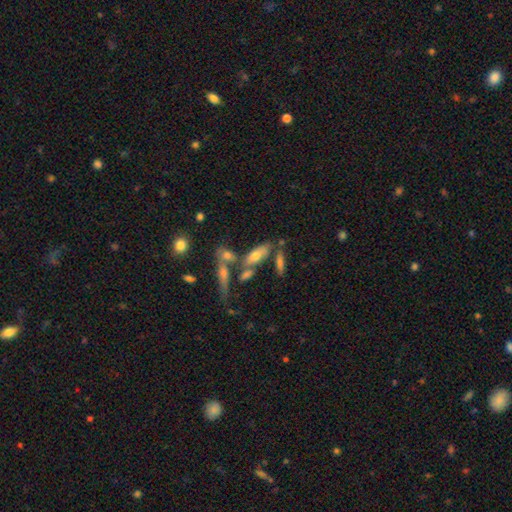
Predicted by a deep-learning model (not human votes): A smooth galaxy with no disk features (56%) that is in between round and cigar-shaped (65%).

Vote fractions:
- Smooth or featured? smooth: 56% / featured or disk: 34% / star or artifact: 10%
- How rounded? in between: 65% / cigar-shaped: 32% / round: 3%
- Merging? none: 47% / merger: 32% / minor disturbance: 14% / major disturbance: 7%